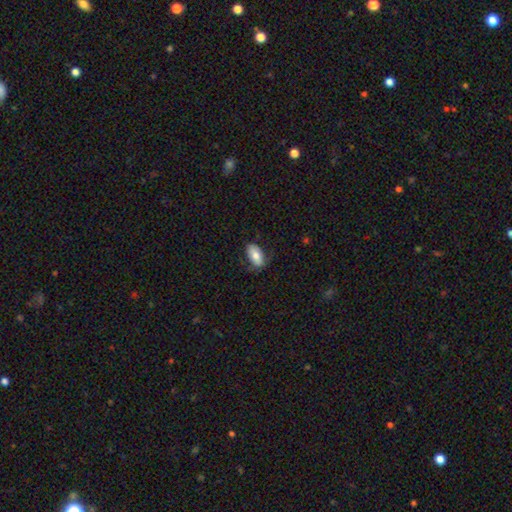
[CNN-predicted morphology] Overall: smooth (74%). How rounded: in between (93%). Merging: none (72%).